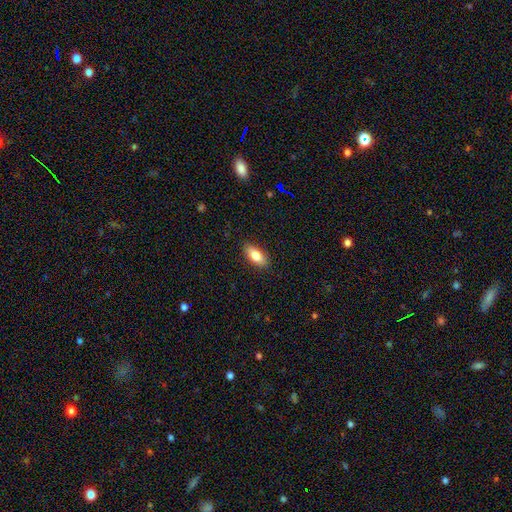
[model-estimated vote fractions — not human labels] Smooth or featured?
  - smooth: 80% *
  - featured or disk: 13%
  - star or artifact: 7%
How rounded?
  - in between: 87% *
  - cigar-shaped: 9%
  - round: 3%
Merging?
  - none: 89% *
  - minor disturbance: 8%
  - major disturbance: 2%
  - merger: 1%